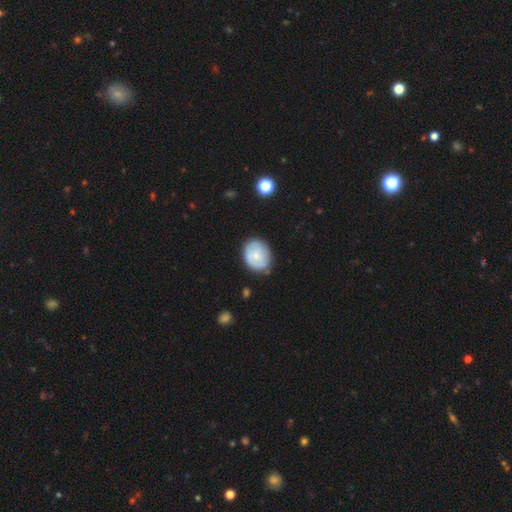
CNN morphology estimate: Smooth or featured? featured or disk (47%)
Merging? none (76%)